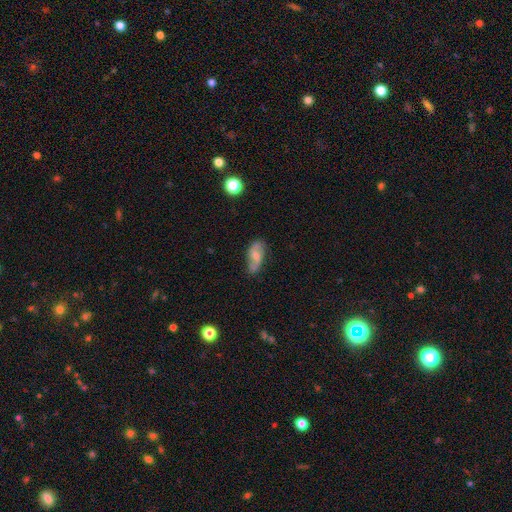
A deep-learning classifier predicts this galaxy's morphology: type=featured or disk (54%); edge-on=no (92%); merging=none (73%).